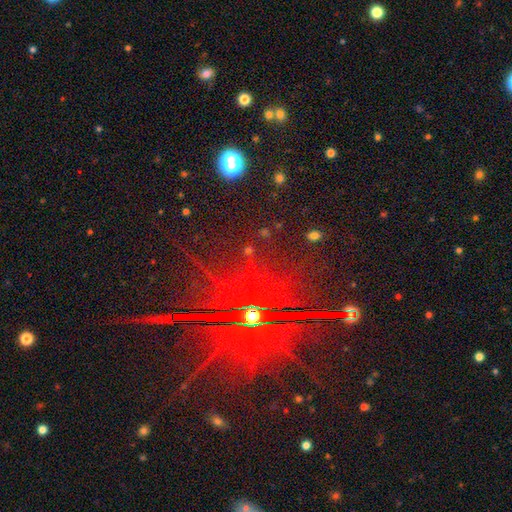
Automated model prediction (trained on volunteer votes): smooth-or-featured: star or artifact: 78% | featured or disk: 14% | smooth: 7%